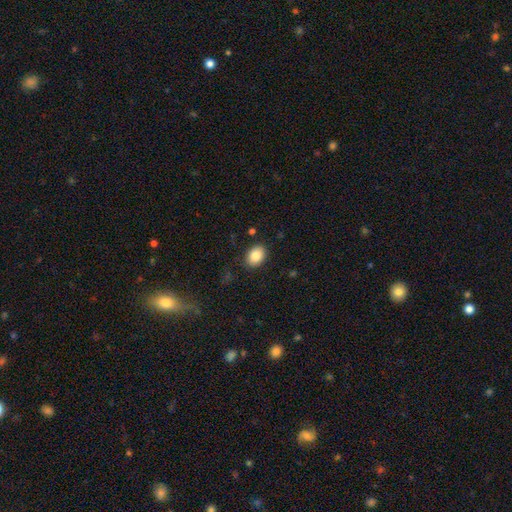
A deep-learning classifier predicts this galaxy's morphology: Overall: smooth (85%). How rounded: in between (71%). Merging: none (87%).